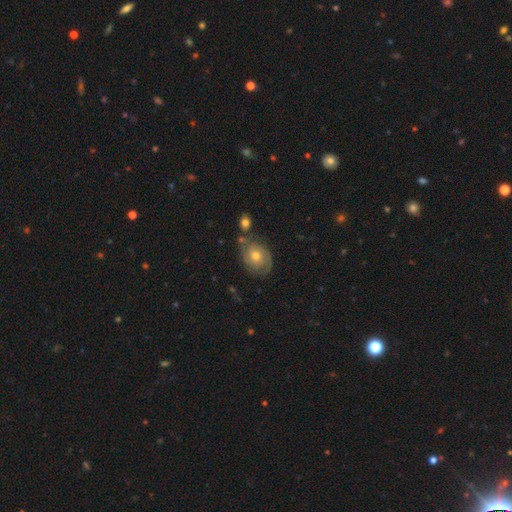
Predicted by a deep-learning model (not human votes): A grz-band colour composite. It shows a featured or disk galaxy (70%) with no bar (75%), 2 (70%) tight (57%) spiral arms (89%) and a moderate central bulge (68%). Merging: none (69%).